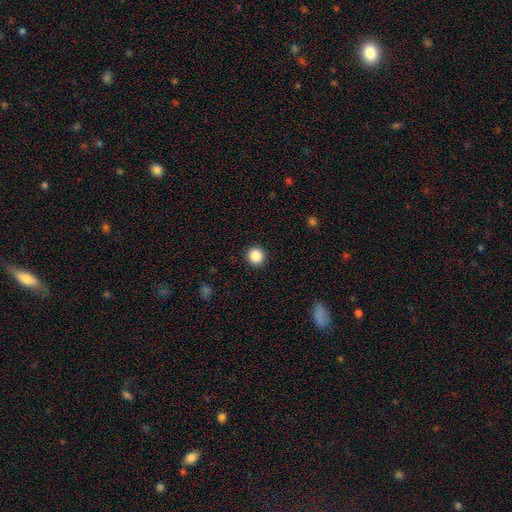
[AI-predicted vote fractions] Morphology: type=smooth (87%); roundness=round (93%); merging=none (92%).